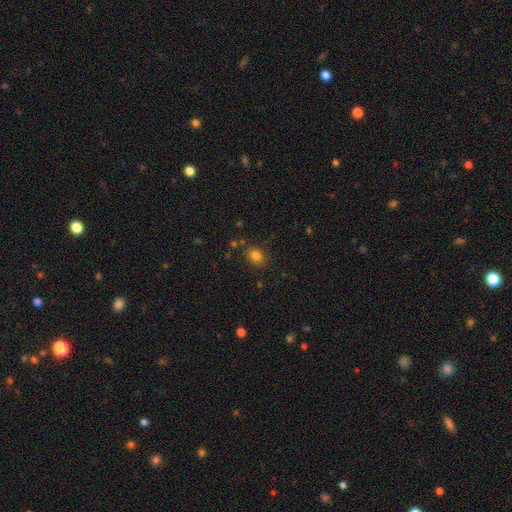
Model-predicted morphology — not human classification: Smooth or featured: smooth — 81% (star or artifact — 14%)
How rounded: round — 59% (in between — 40%)
Merging: none — 83% (minor disturbance — 10%)